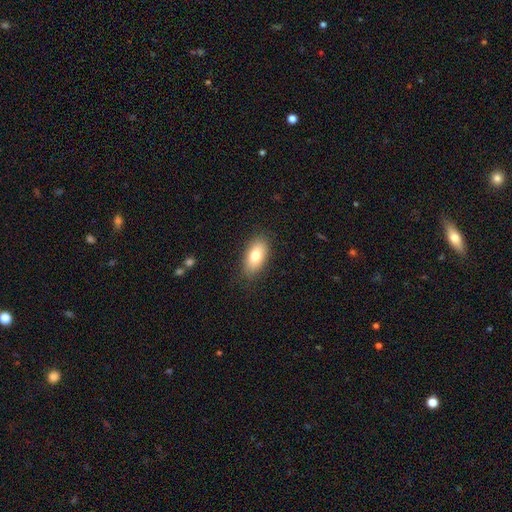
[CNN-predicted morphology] type=smooth (78%); roundness=in between (90%); merging=none (86%).